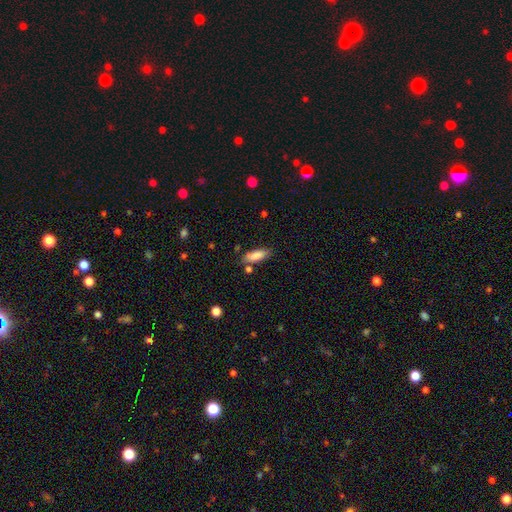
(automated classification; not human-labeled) smooth-or-featured: smooth: 84% | featured or disk: 9% | star or artifact: 7%
  how-rounded: in between: 65% | cigar-shaped: 33% | round: 2%
  merging: none: 72% | minor disturbance: 17% | merger: 7% | major disturbance: 4%